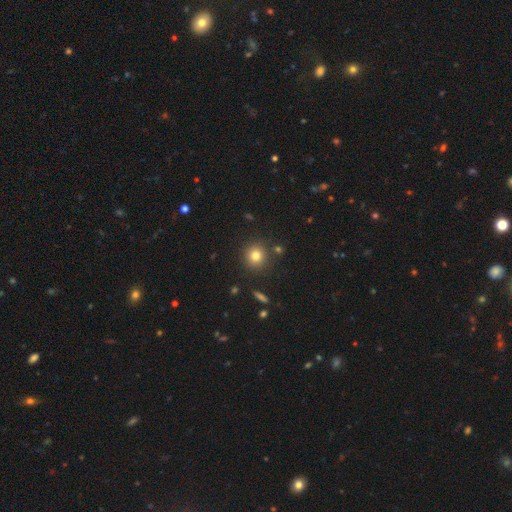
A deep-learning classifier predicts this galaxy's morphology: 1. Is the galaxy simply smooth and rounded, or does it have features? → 79% smooth, 13% star or artifact, 8% featured or disk.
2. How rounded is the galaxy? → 92% round, 7% in between, 1% cigar-shaped.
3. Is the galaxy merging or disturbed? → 87% none, 7% minor disturbance, 4% merger, 2% major disturbance.